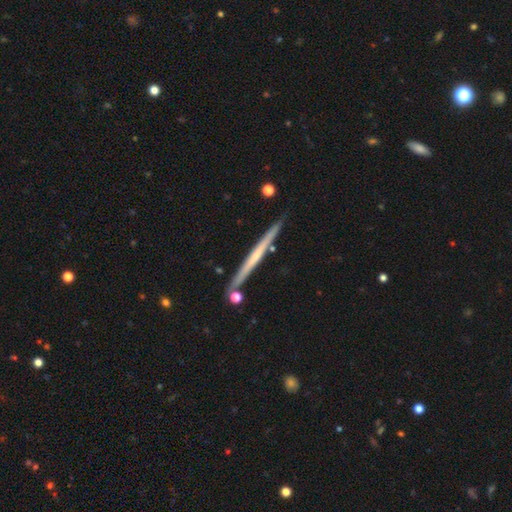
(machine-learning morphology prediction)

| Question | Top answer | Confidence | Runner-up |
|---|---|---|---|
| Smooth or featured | featured or disk | 63% | smooth (32%) |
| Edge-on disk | yes | 97% | no (3%) |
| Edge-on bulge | none | 72% | rounded (23%) |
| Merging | none | 86% | minor disturbance (9%) |